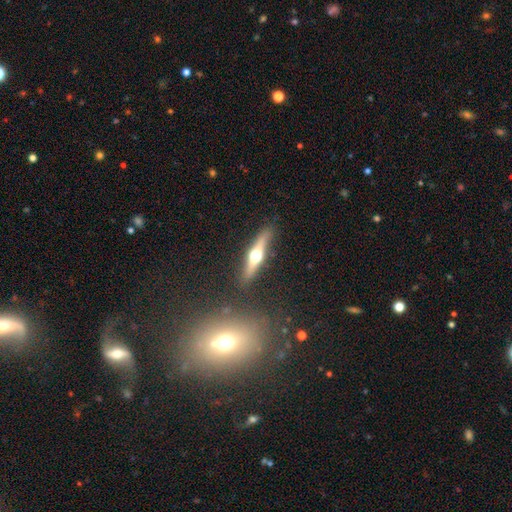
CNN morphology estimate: Smooth or featured?
  - featured or disk: 69% *
  - smooth: 25%
  - star or artifact: 6%
Edge-on disk?
  - yes: 96% *
  - no: 4%
Edge-on bulge?
  - rounded: 96% *
  - boxy: 2%
  - none: 2%
Merging?
  - none: 86% *
  - minor disturbance: 9%
  - merger: 3%
  - major disturbance: 2%